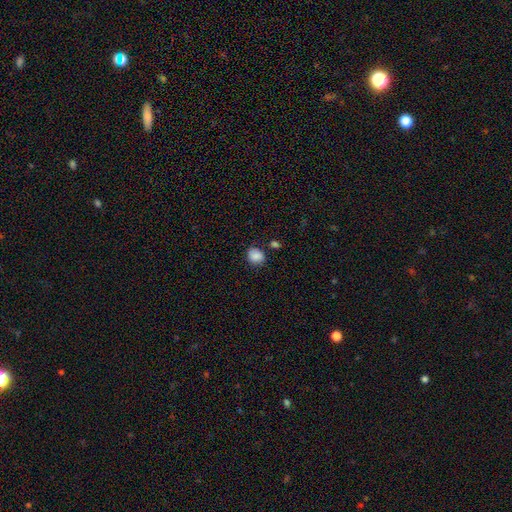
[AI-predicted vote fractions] Q: Smooth or featured?
A: smooth (87%); runner-up: star or artifact (9%)
Q: How rounded?
A: round (64%); runner-up: in between (35%)
Q: Merging?
A: none (74%); runner-up: minor disturbance (17%)